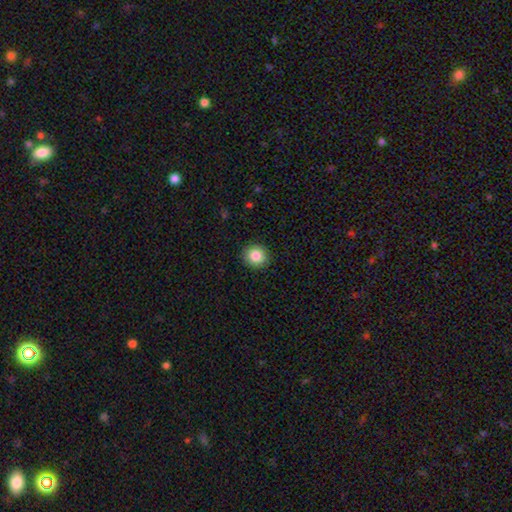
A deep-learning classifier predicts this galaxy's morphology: Smooth or featured: smooth — 86% (star or artifact — 9%)
How rounded: round — 89% (in between — 10%)
Merging: none — 92% (minor disturbance — 6%)